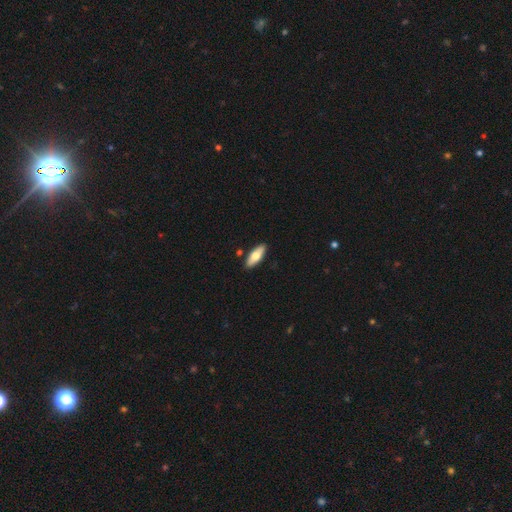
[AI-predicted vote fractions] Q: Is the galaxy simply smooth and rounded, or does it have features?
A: smooth — 67%.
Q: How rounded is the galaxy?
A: in between — 66%.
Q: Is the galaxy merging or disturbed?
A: none — 88%.